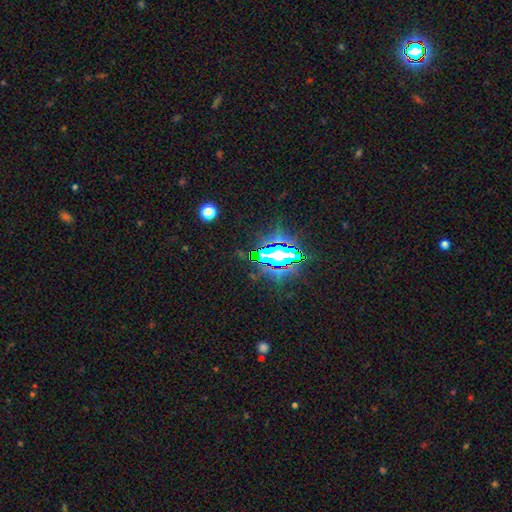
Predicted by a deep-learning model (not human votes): Smooth or featured? Predicted: star or artifact (p=0.80).